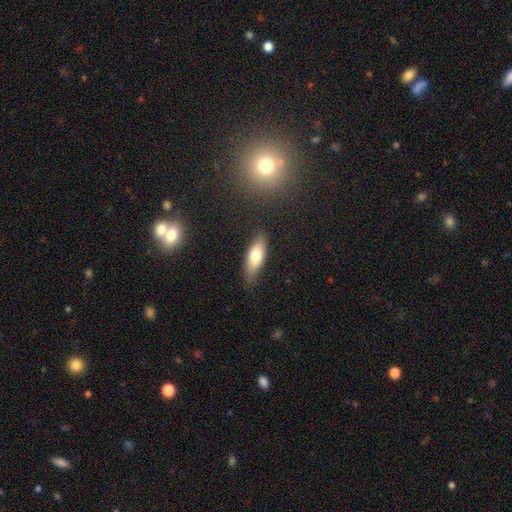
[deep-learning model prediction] This is likely a smooth galaxy (71%). How rounded: likely in between (69%). Merging: clearly none (82%).